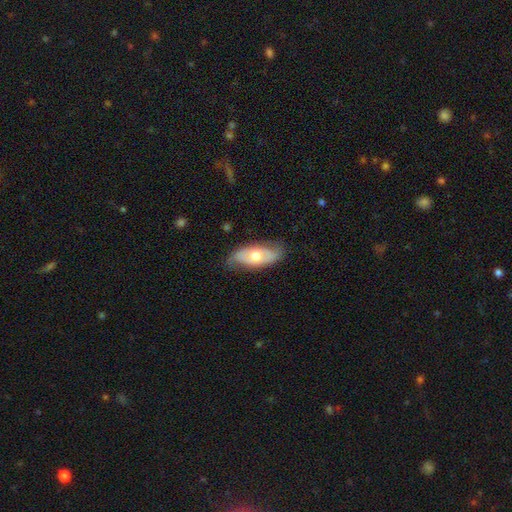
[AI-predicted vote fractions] This appears to be a smooth galaxy with no disk features (47%, tied with featured or disk). Merging: none (72%).